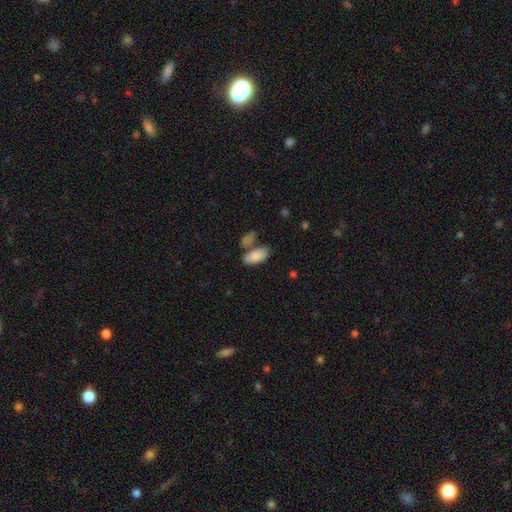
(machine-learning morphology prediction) Smooth or featured? smooth (85%)
How rounded? in between (91%)
Merging? none (53%)